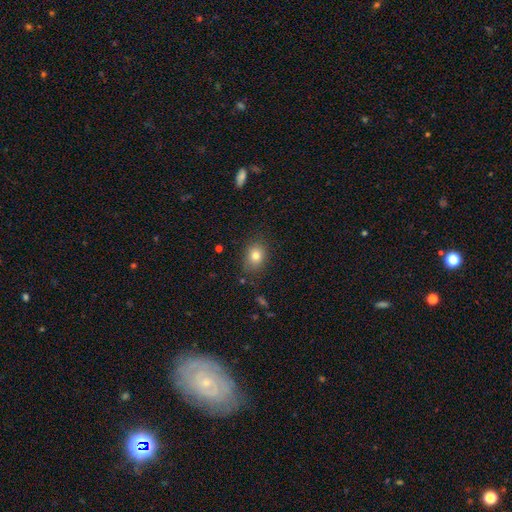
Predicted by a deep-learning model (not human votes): This appears to be a smooth galaxy with no disk features (80%) that is in between round and cigar-shaped (56%). Merging: none (83%).